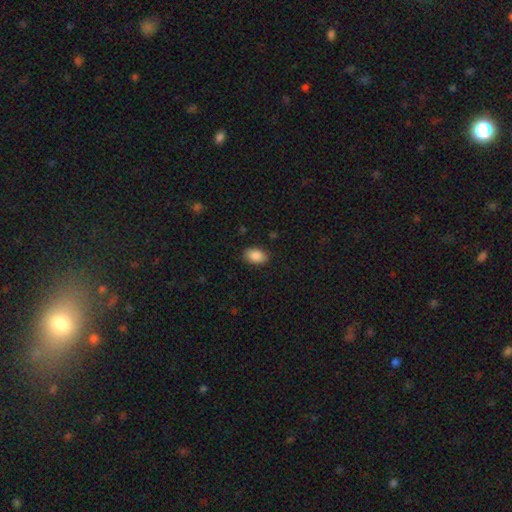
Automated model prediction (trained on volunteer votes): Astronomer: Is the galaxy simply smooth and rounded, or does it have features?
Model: smooth — 88%.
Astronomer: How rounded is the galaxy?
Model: in between — 89%.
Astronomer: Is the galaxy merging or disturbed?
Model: none — 87%.